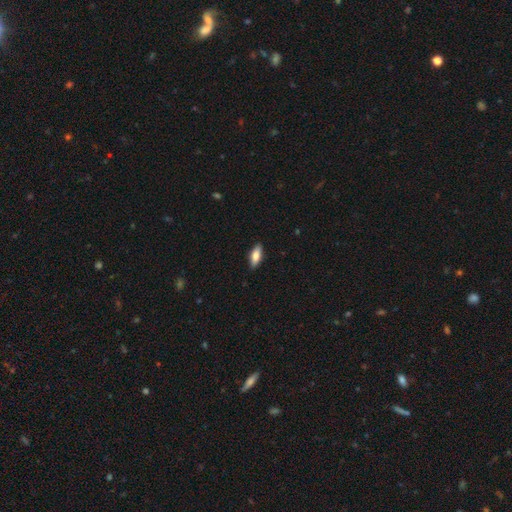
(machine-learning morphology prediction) smooth_or_featured: smooth (p=0.76) [alt: featured or disk p=0.18]
how_rounded: in between (p=0.73) [alt: cigar-shaped p=0.25]
merging: none (p=0.88) [alt: minor disturbance p=0.09]